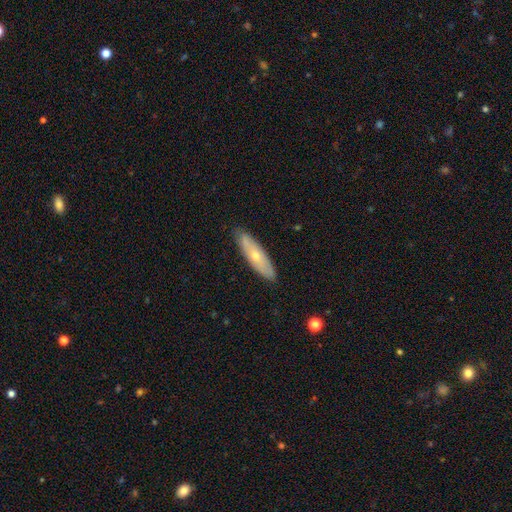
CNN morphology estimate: Smooth or featured? Predicted: smooth (p=0.47, tied with featured or disk). Merging? Predicted: none (p=0.85).